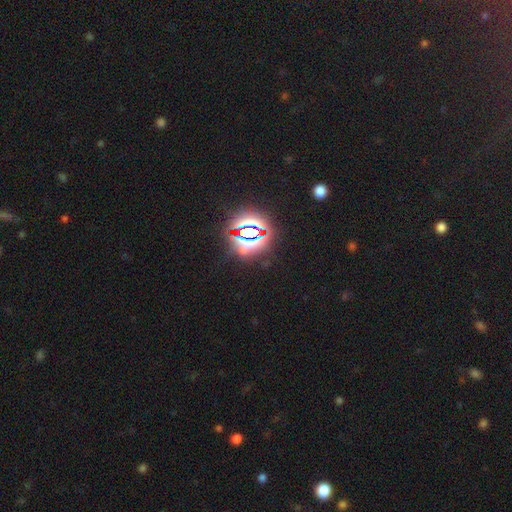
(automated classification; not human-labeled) Smooth or featured? Predicted: star or artifact (p=0.81).